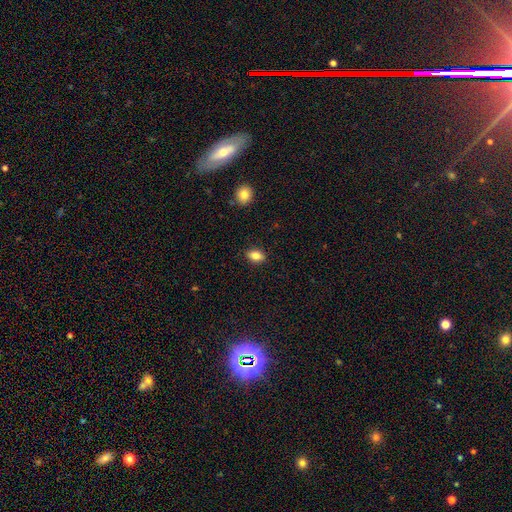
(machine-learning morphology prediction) A smooth galaxy with no disk features (84%) that is in between round and cigar-shaped (81%).

Vote fractions:
- Smooth or featured? smooth: 84% / star or artifact: 9% / featured or disk: 7%
- How rounded? in between: 81% / round: 17% / cigar-shaped: 2%
- Merging? none: 88% / minor disturbance: 9% / major disturbance: 2% / merger: 1%